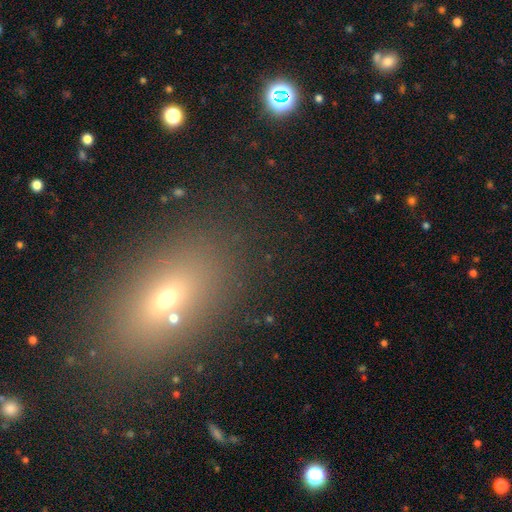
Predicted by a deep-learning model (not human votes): This is possibly a smooth galaxy (50%). How rounded: likely in between (71%). Merging: likely none (78%).